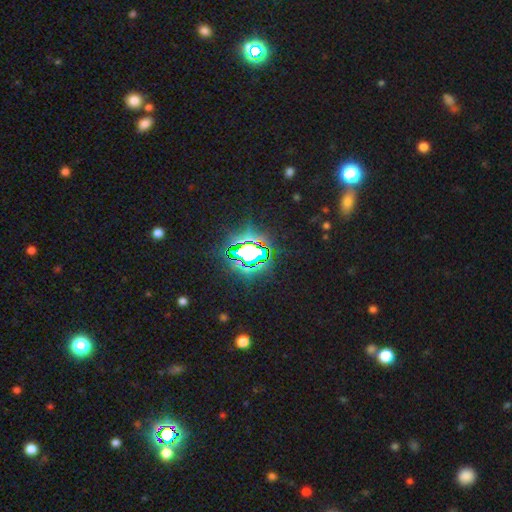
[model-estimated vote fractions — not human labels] The model was most divided on "smooth or featured": star or artifact: 80%, smooth: 11%, featured or disk: 9%.